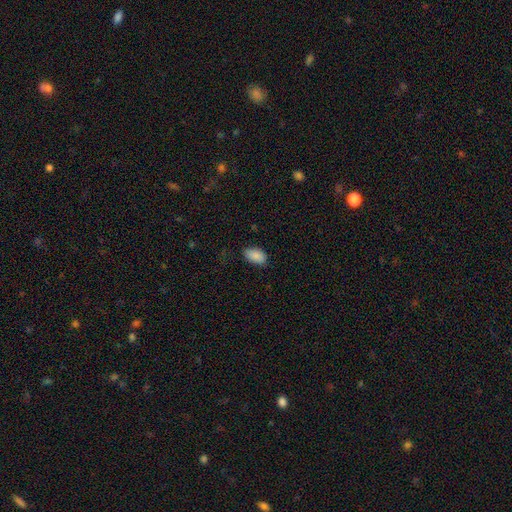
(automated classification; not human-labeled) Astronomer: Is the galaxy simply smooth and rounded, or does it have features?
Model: smooth — 89%.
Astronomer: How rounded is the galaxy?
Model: in between — 94%.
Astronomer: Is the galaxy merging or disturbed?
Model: none — 82%.